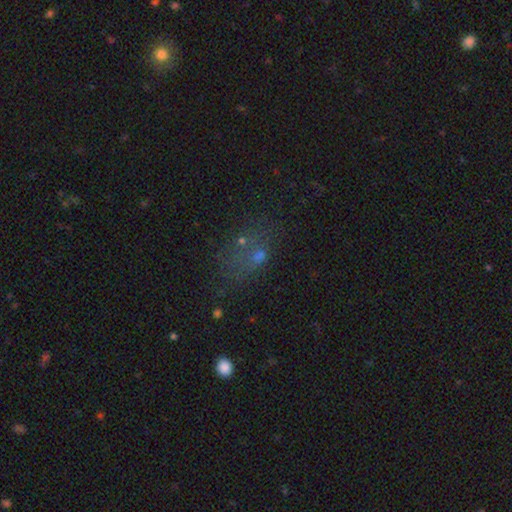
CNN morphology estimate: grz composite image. It shows a smooth galaxy with no disk features (44%). Merging: none (45%).